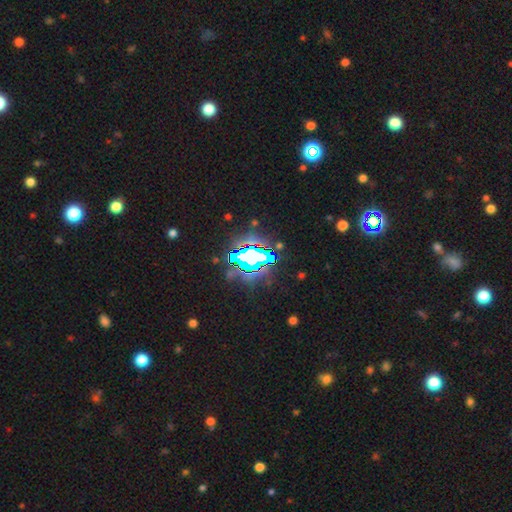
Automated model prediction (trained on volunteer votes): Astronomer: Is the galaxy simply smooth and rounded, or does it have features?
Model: star or artifact — 75%.